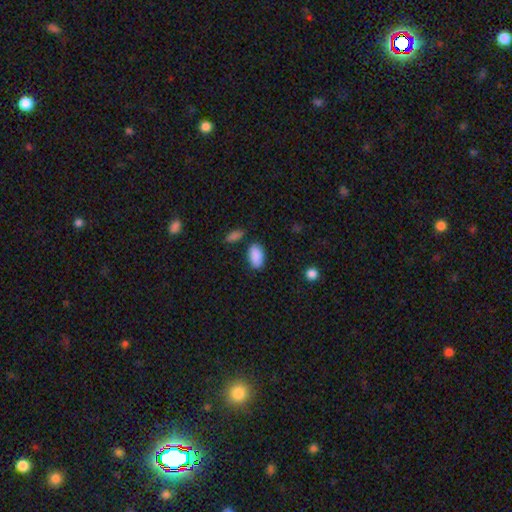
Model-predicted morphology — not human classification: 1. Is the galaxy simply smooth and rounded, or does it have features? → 89% smooth, 7% star or artifact, 4% featured or disk.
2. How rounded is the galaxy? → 94% in between, 4% round, 2% cigar-shaped.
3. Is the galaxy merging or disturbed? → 79% none, 13% minor disturbance, 5% merger, 3% major disturbance.